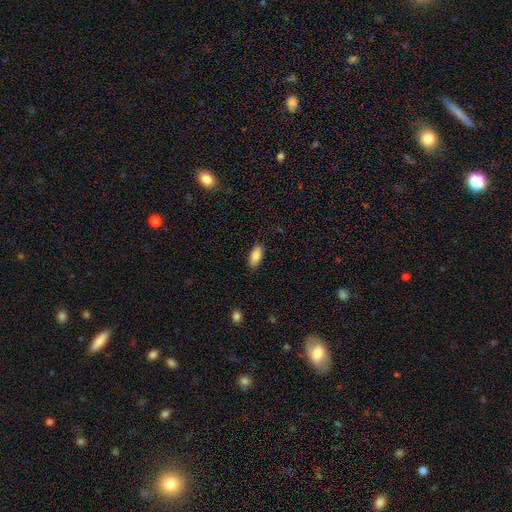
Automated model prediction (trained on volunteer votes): Smooth or featured?
  - smooth: 87% *
  - star or artifact: 7%
  - featured or disk: 6%
How rounded?
  - in between: 86% *
  - cigar-shaped: 12%
  - round: 2%
Merging?
  - none: 86% *
  - minor disturbance: 11%
  - major disturbance: 2%
  - merger: 1%